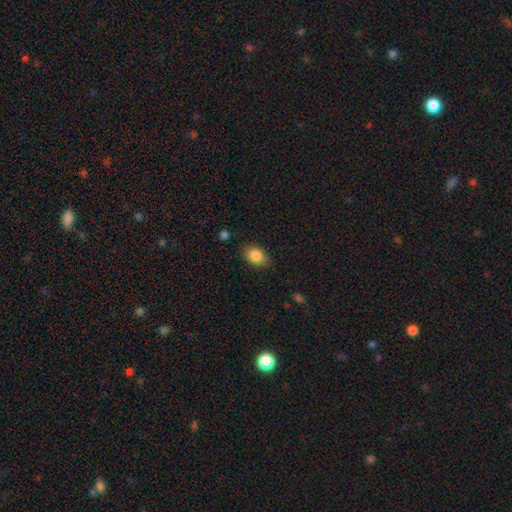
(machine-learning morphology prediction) smooth 86%, star or artifact 8%, featured or disk 6%. Down the decision tree: how rounded — in between (75%); merging — none (82%).